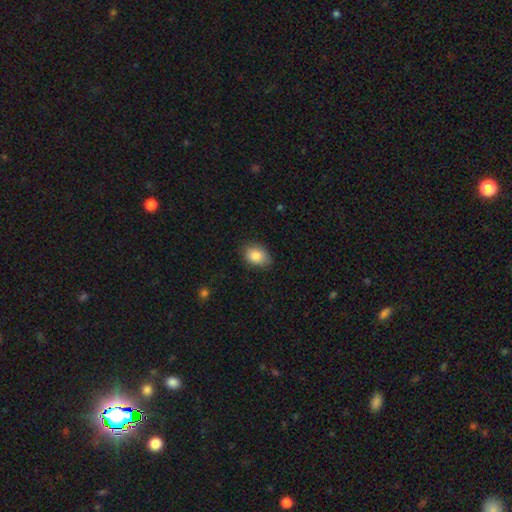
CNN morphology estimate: This is clearly a smooth galaxy (85%). How rounded: likely in between (76%). Merging: likely none (79%).